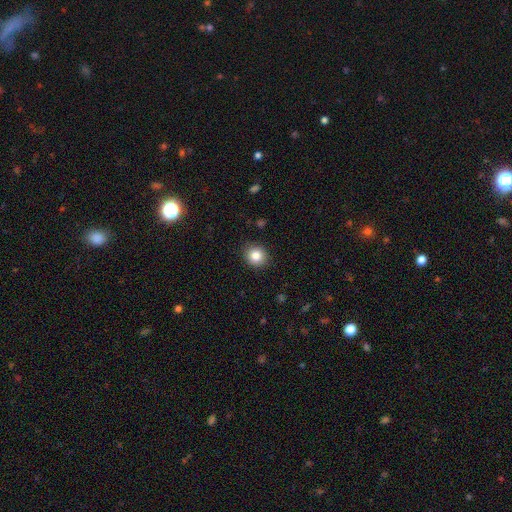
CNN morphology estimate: Smooth or featured? Predicted: smooth (p=0.84). How rounded? Predicted: round (p=0.81). Merging? Predicted: none (p=0.89).